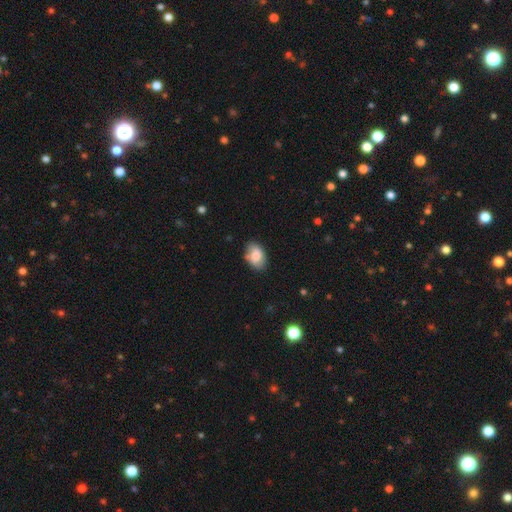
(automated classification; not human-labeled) This is clearly a smooth galaxy (80%). How rounded: clearly in between (89%). Merging: likely none (75%).